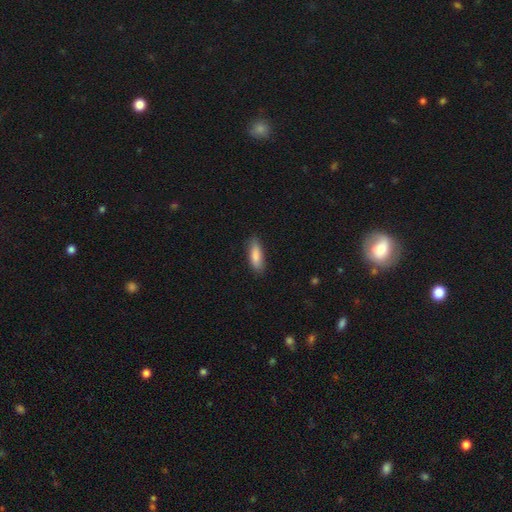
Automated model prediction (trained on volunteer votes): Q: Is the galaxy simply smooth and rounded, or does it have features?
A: smooth — 85%.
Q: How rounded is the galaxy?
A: in between — 56%.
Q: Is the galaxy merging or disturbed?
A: none — 83%.